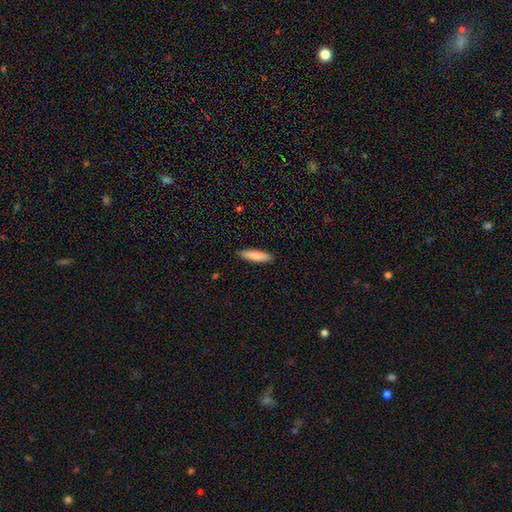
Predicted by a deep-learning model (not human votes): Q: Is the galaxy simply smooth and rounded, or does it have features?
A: smooth — 85%.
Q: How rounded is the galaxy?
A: cigar-shaped — 74%.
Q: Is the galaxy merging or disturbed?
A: none — 90%.